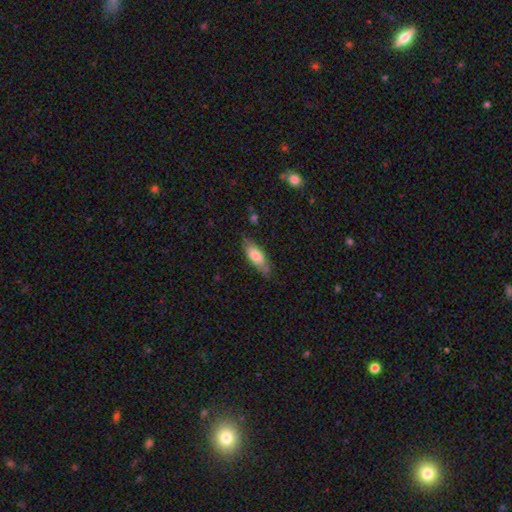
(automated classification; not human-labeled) Smooth or featured?
  - smooth: 71% *
  - featured or disk: 24%
  - star or artifact: 6%
How rounded?
  - in between: 70% *
  - cigar-shaped: 28%
  - round: 2%
Merging?
  - none: 74% *
  - minor disturbance: 20%
  - major disturbance: 4%
  - merger: 2%